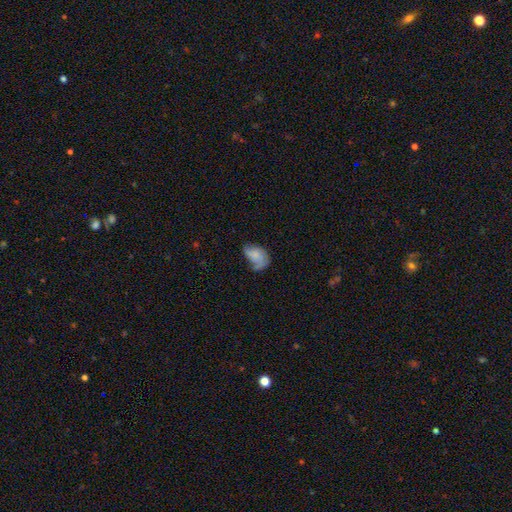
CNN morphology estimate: smooth 64%, featured or disk 27%, star or artifact 9%. Down the decision tree: how rounded — in between (87%); merging — minor disturbance (33%).